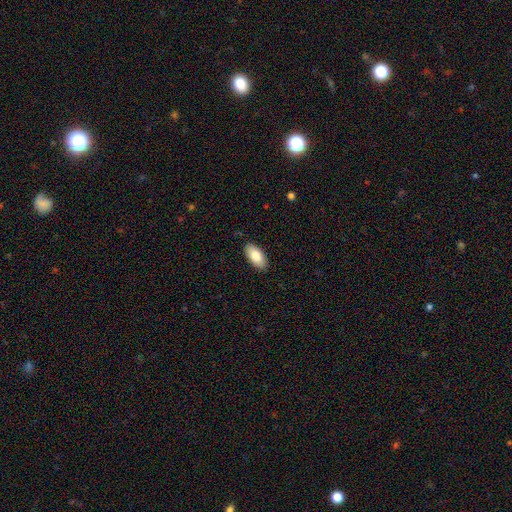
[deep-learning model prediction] A smooth galaxy with no disk features (81%) that is in between round and cigar-shaped (92%). Merging: none (89%).